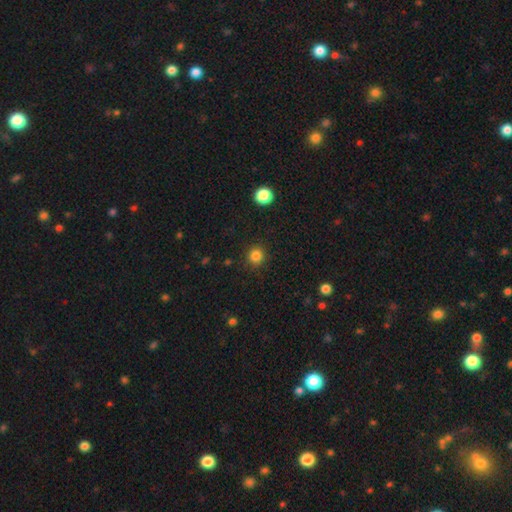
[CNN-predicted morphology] Smooth or featured?
  - smooth: 84% *
  - star or artifact: 12%
  - featured or disk: 4%
How rounded?
  - round: 90% *
  - in between: 9%
  - cigar-shaped: 1%
Merging?
  - none: 90% *
  - minor disturbance: 6%
  - major disturbance: 2%
  - merger: 1%